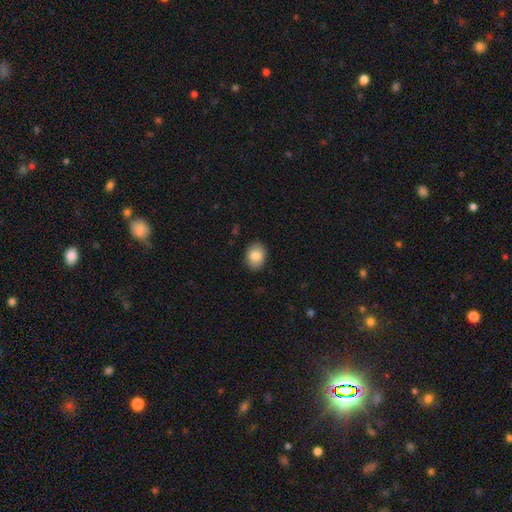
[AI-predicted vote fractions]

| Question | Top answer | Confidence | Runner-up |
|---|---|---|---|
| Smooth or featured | smooth | 85% | featured or disk (8%) |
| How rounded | in between | 66% | round (33%) |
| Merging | none | 87% | minor disturbance (10%) |